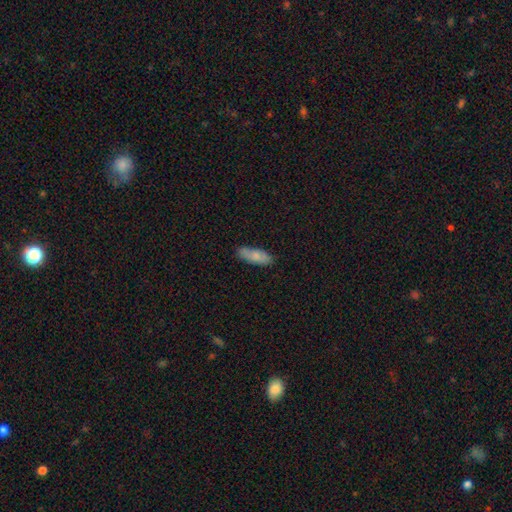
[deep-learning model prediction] Smooth or featured? smooth (80%)
How rounded? in between (65%)
Merging? none (82%)